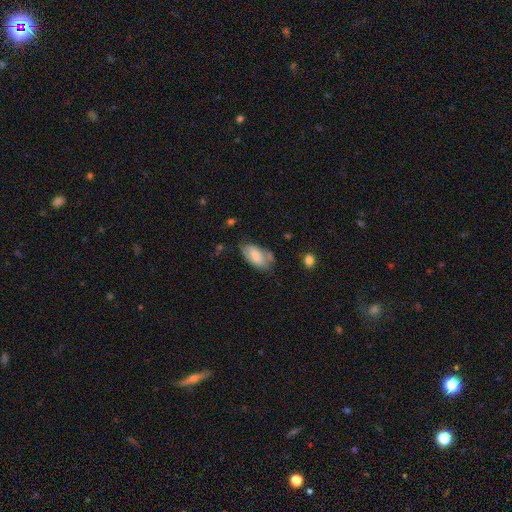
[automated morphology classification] Smooth or featured: smooth — 69% (featured or disk — 24%)
How rounded: in between — 93% (cigar-shaped — 4%)
Merging: none — 49% (minor disturbance — 31%)